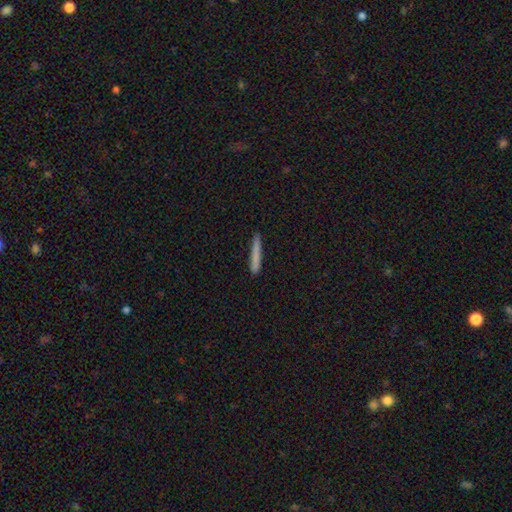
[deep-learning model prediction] Smooth or featured: smooth — 78% (featured or disk — 15%)
How rounded: cigar-shaped — 96% (in between — 3%)
Merging: none — 89% (minor disturbance — 8%)